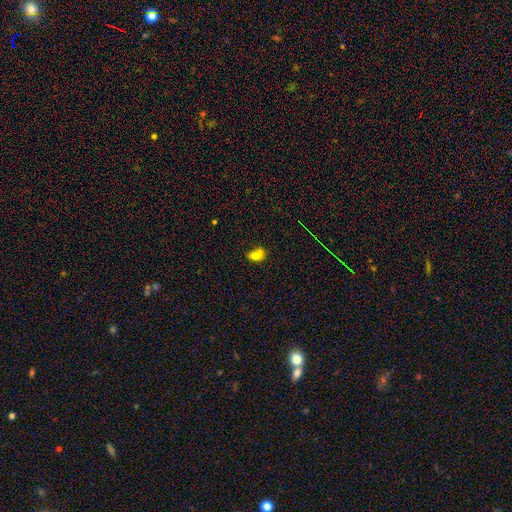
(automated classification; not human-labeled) The model was most divided on "merging": merger: 57%, none: 26%, minor disturbance: 11%, major disturbance: 6%. More confident: smooth or featured — smooth (69%); how rounded — in between (68%).